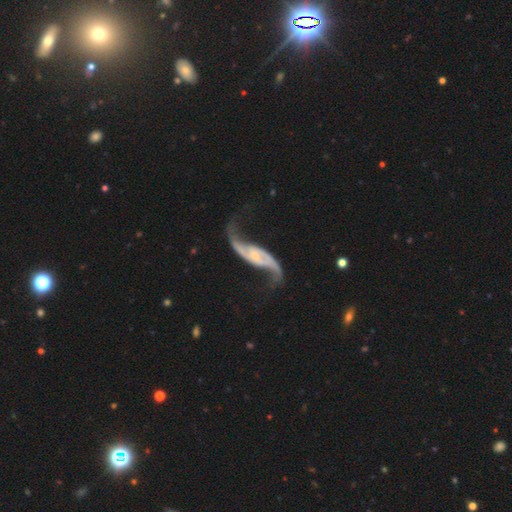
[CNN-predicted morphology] A featured or disk galaxy (92%) with no bar (48%), 2 (94%) loose (84%) spiral arms (97%) and a small central bulge (74%). Merging: none (67%).